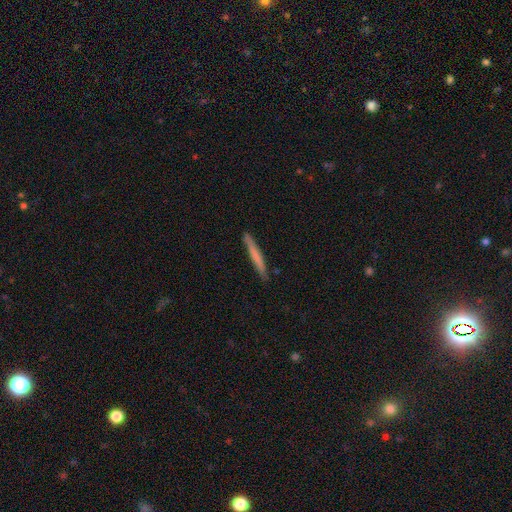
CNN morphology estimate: smooth 65%, featured or disk 29%, star or artifact 6%. Down the decision tree: how rounded — cigar-shaped (97%); merging — none (88%).